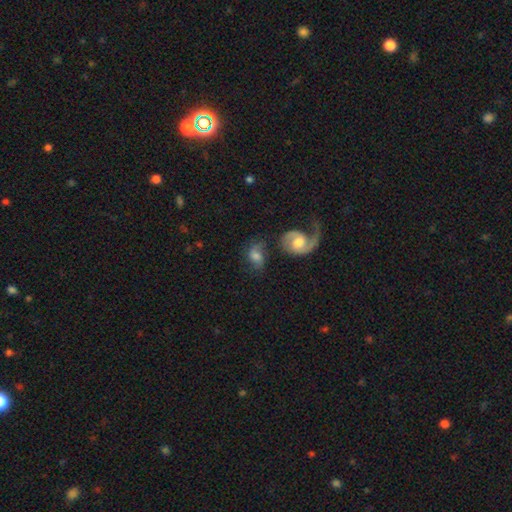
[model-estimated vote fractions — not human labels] This is possibly a smooth galaxy (47%). Merging: marginally none (41%).